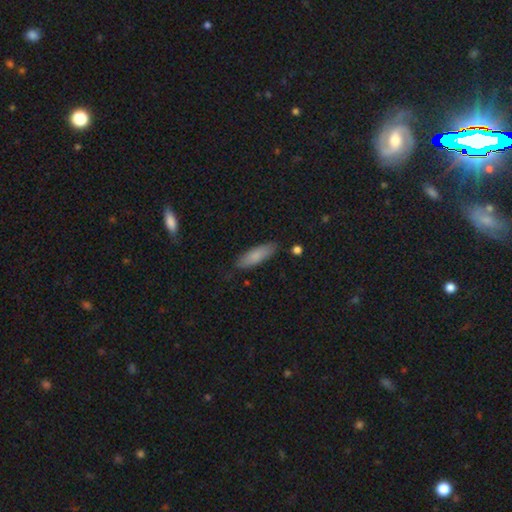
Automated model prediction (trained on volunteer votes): Morphology: type=smooth (82%); roundness=cigar-shaped (52%); merging=none (84%).